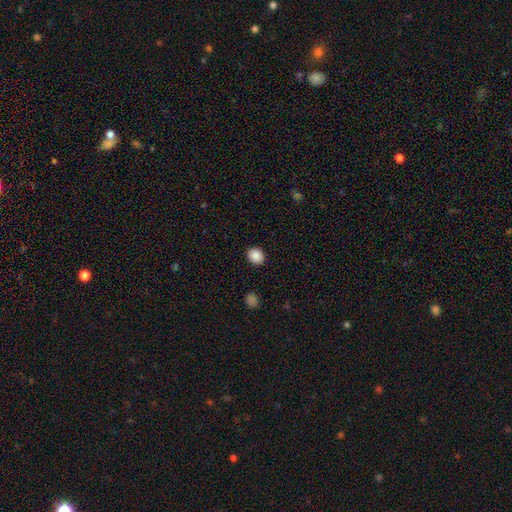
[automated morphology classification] type=smooth (88%); roundness=round (69%); merging=none (90%).